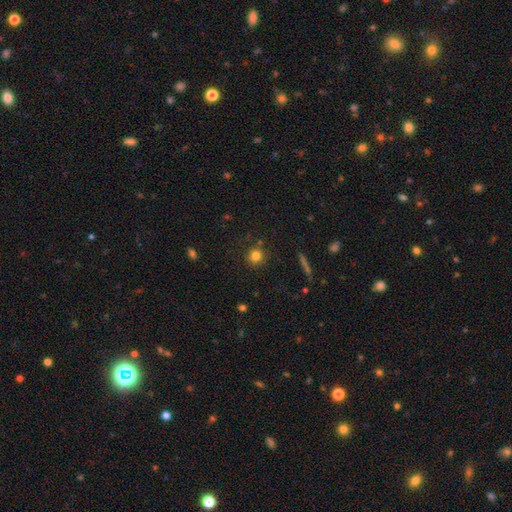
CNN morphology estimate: Overall: smooth (80%). How rounded: round (93%). Merging: none (87%).